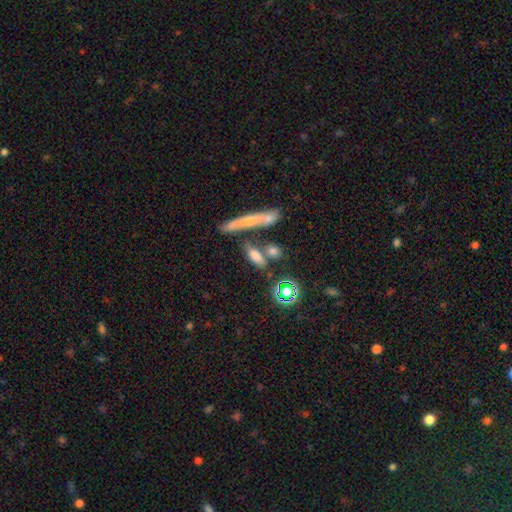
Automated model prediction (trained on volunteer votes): Smooth or featured?
  - smooth: 66% *
  - featured or disk: 20%
  - star or artifact: 14%
How rounded?
  - cigar-shaped: 47% *
  - in between: 44%
  - round: 9%
Merging?
  - none: 60% *
  - merger: 22%
  - minor disturbance: 13%
  - major disturbance: 6%